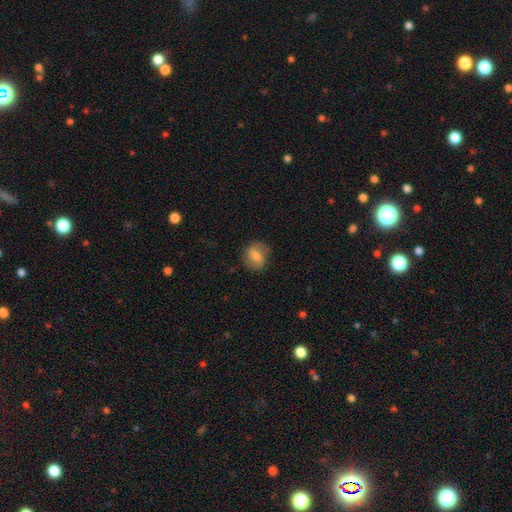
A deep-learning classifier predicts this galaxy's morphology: Smooth or featured? Predicted: smooth (p=0.61). How rounded? Predicted: round (p=0.59). Merging? Predicted: none (p=0.76).